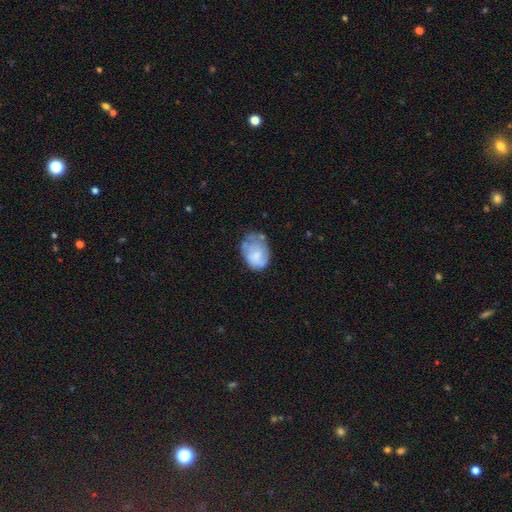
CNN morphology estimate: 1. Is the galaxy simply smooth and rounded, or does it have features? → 58% smooth, 34% featured or disk, 8% star or artifact.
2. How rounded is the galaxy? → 70% in between, 29% round, 1% cigar-shaped.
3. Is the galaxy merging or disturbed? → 42% none, 34% minor disturbance, 19% major disturbance, 5% merger.